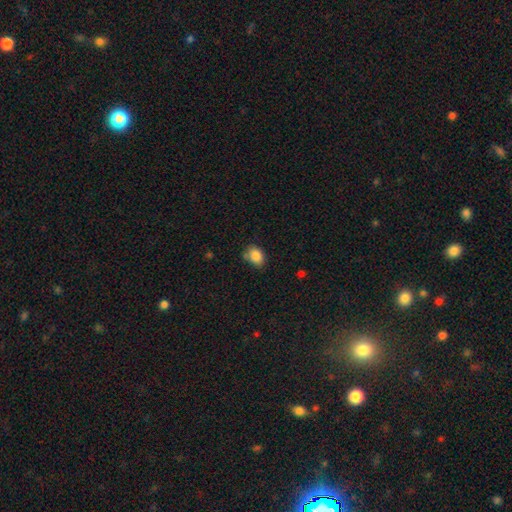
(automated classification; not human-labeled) Smooth or featured?
  - smooth: 86% *
  - star or artifact: 9%
  - featured or disk: 5%
How rounded?
  - in between: 73% *
  - round: 26%
  - cigar-shaped: 1%
Merging?
  - none: 71% *
  - minor disturbance: 19%
  - merger: 6%
  - major disturbance: 4%